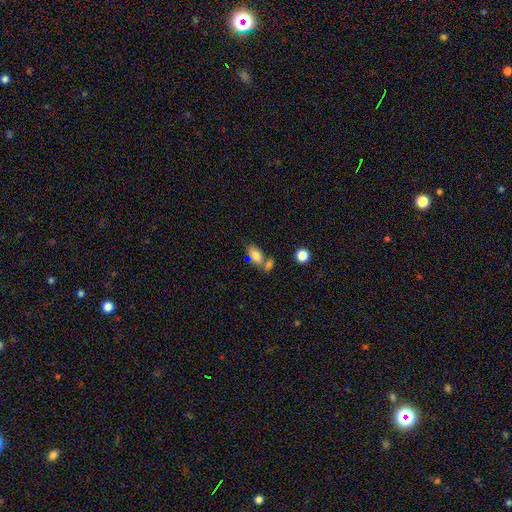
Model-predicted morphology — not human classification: Smooth or featured?
  - smooth: 78% *
  - featured or disk: 13%
  - star or artifact: 9%
How rounded?
  - in between: 88% *
  - round: 8%
  - cigar-shaped: 4%
Merging?
  - none: 49% *
  - merger: 32%
  - minor disturbance: 14%
  - major disturbance: 5%